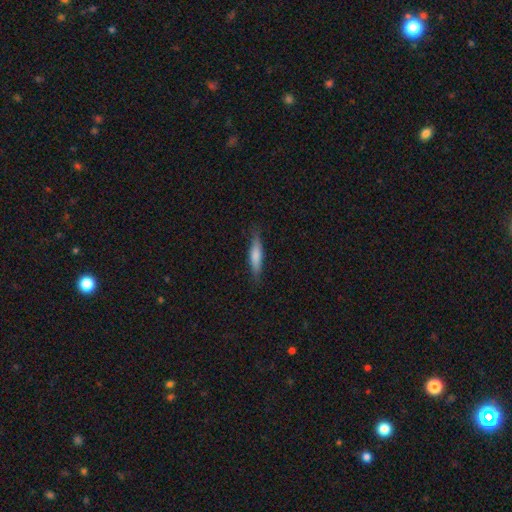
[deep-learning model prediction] smooth_or_featured: smooth (p=0.71) [alt: featured or disk p=0.23]
how_rounded: cigar-shaped (p=0.79) [alt: in between p=0.19]
merging: none (p=0.83) [alt: minor disturbance p=0.13]